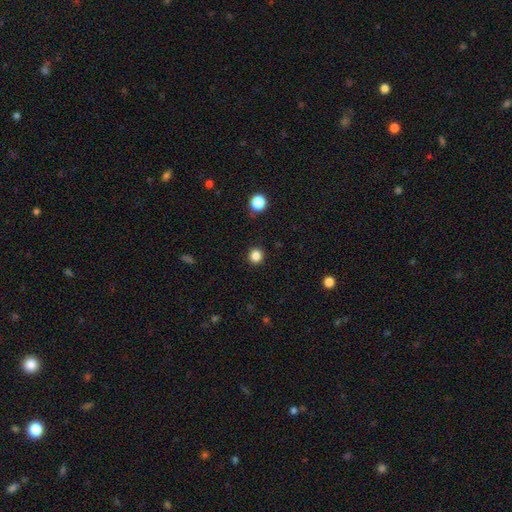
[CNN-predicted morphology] Q: Smooth or featured?
A: smooth (84%); runner-up: star or artifact (12%)
Q: How rounded?
A: round (93%); runner-up: in between (6%)
Q: Merging?
A: none (92%); runner-up: minor disturbance (5%)